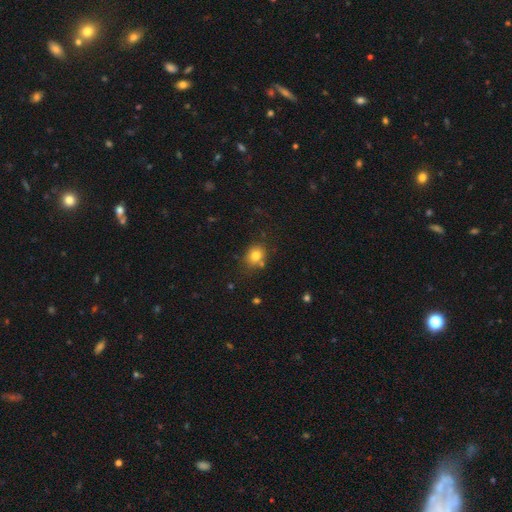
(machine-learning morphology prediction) Smooth or featured? smooth (79%)
How rounded? round (64%)
Merging? none (74%)